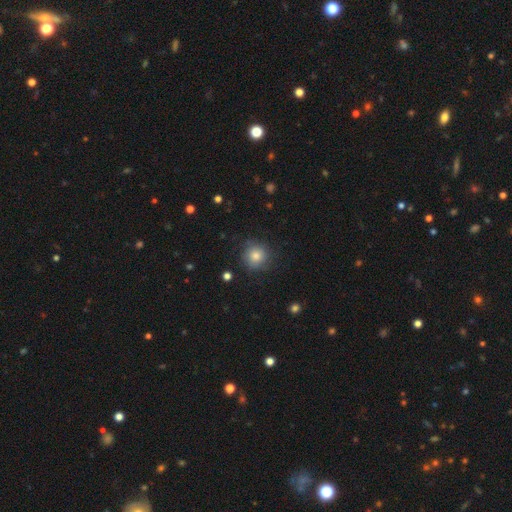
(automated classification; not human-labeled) smooth-or-featured: smooth: 78% | star or artifact: 12% | featured or disk: 10%
  how-rounded: round: 93% | in between: 6% | cigar-shaped: 1%
  merging: none: 83% | minor disturbance: 12% | major disturbance: 4% | merger: 1%